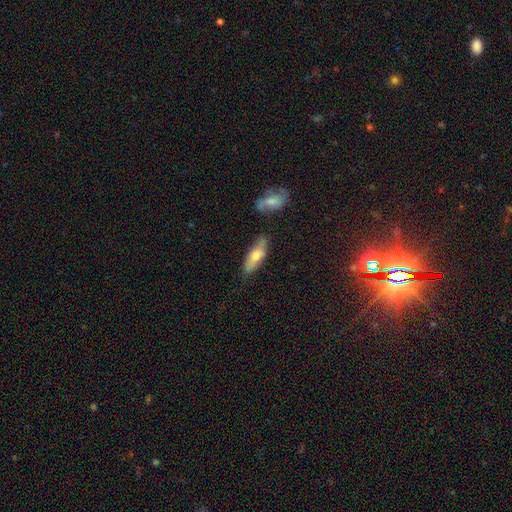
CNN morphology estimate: smooth 55%, featured or disk 38%, star or artifact 7%. Down the decision tree: how rounded — cigar-shaped (54%); merging — none (74%).